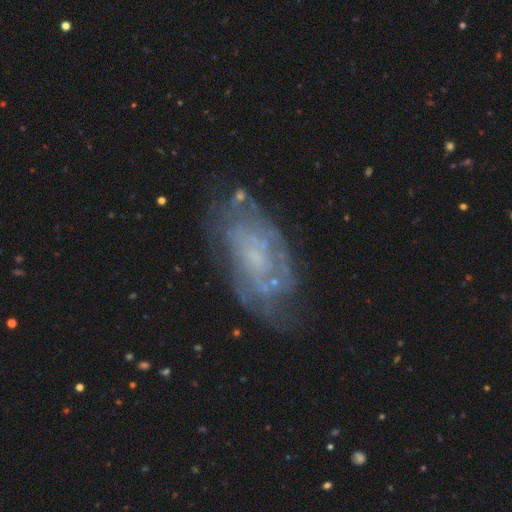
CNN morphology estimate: type=featured or disk (75%); edge-on=no (94%); bar=no (73%); spiral arms=yes (82%); winding=tight (61%); arm count=can't tell (55%); bulge=small (54%); merging=none (70%).